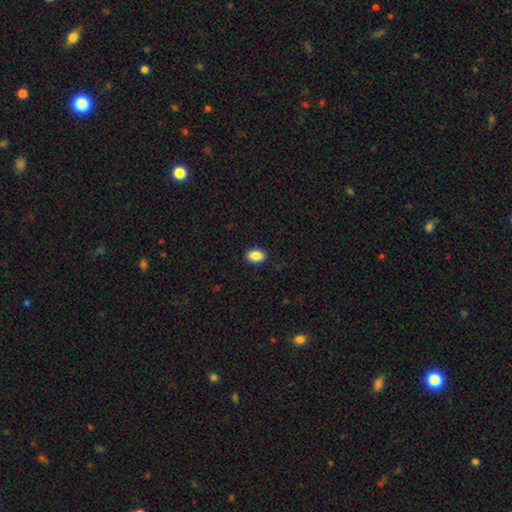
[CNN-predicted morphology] Smooth or featured: smooth — 88% (star or artifact — 8%)
How rounded: in between — 85% (round — 13%)
Merging: none — 90% (minor disturbance — 8%)